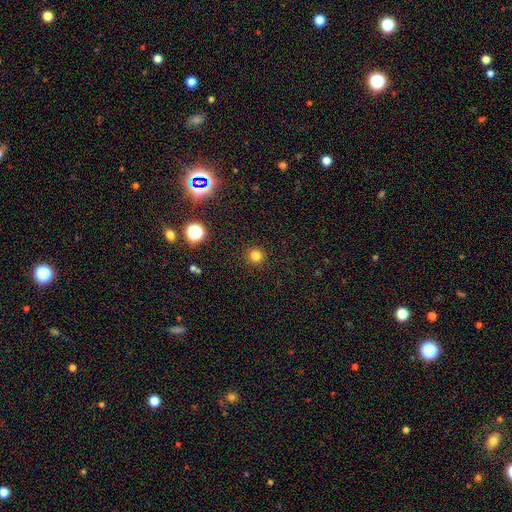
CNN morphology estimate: Smooth or featured?
  - smooth: 80% *
  - star or artifact: 16%
  - featured or disk: 5%
How rounded?
  - round: 95% *
  - in between: 4%
  - cigar-shaped: 1%
Merging?
  - none: 92% *
  - minor disturbance: 5%
  - major disturbance: 2%
  - merger: 1%